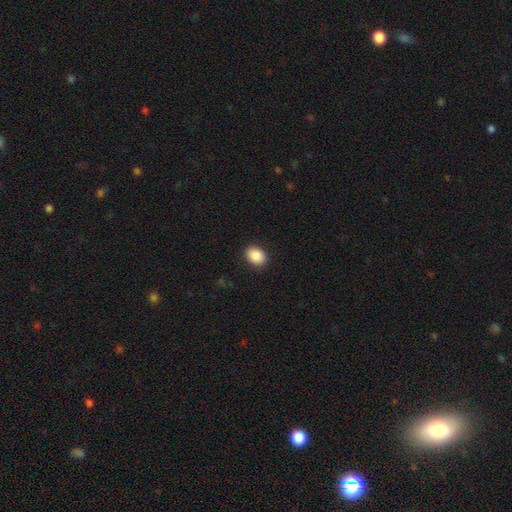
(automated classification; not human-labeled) smooth-or-featured: smooth: 89% | star or artifact: 8% | featured or disk: 4%
  how-rounded: in between: 65% | round: 34% | cigar-shaped: 1%
  merging: none: 90% | minor disturbance: 7% | major disturbance: 2% | merger: 1%